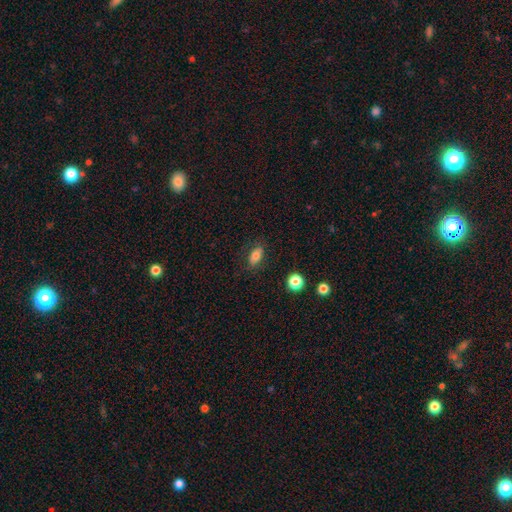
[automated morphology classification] A smooth galaxy with no disk features (76%) that is in between round and cigar-shaped (84%). Merging: none (80%).